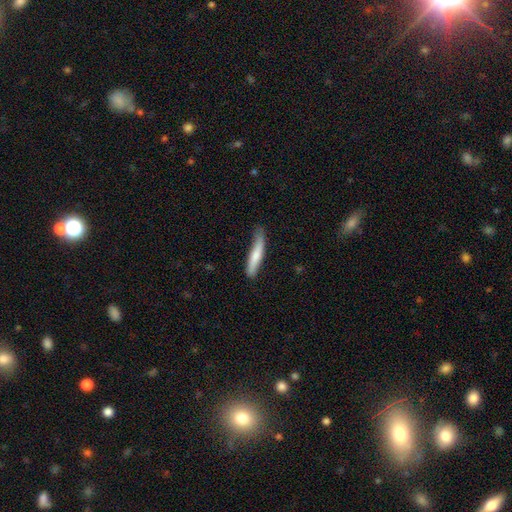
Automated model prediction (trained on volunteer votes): smooth-or-featured: smooth: 70% | featured or disk: 25% | star or artifact: 5%
  how-rounded: cigar-shaped: 89% | in between: 9% | round: 1%
  merging: none: 61% | minor disturbance: 31% | major disturbance: 6% | merger: 2%